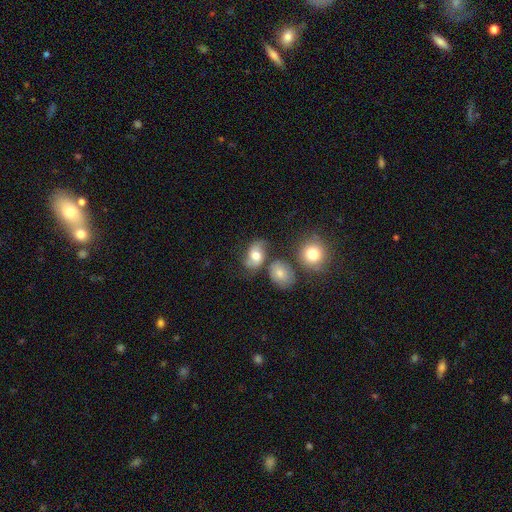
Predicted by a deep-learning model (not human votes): Q: Smooth or featured?
A: smooth (52%); runner-up: featured or disk (38%)
Q: How rounded?
A: in between (71%); runner-up: round (27%)
Q: Merging?
A: none (51%); runner-up: minor disturbance (21%)